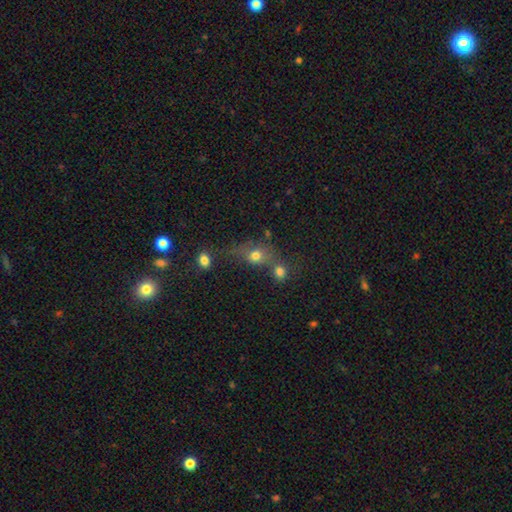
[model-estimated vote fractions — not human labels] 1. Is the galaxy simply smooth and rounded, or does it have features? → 70% smooth, 15% star or artifact, 14% featured or disk.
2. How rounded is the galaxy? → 57% round, 39% in between, 4% cigar-shaped.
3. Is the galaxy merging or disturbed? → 39% none, 36% merger, 14% minor disturbance, 11% major disturbance.